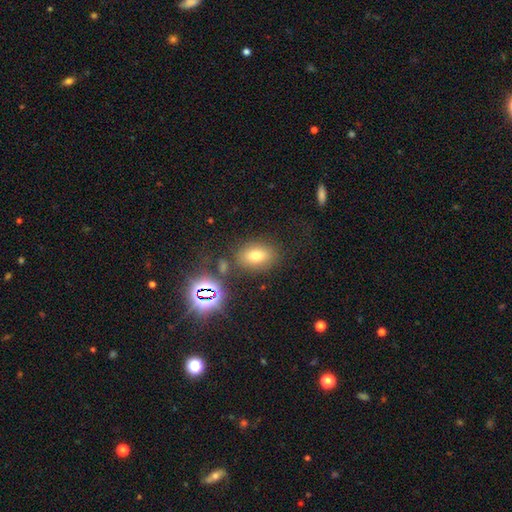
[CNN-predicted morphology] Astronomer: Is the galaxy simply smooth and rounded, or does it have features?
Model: smooth — 65%.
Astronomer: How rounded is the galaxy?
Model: in between — 75%.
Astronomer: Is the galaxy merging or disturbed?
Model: none — 78%.